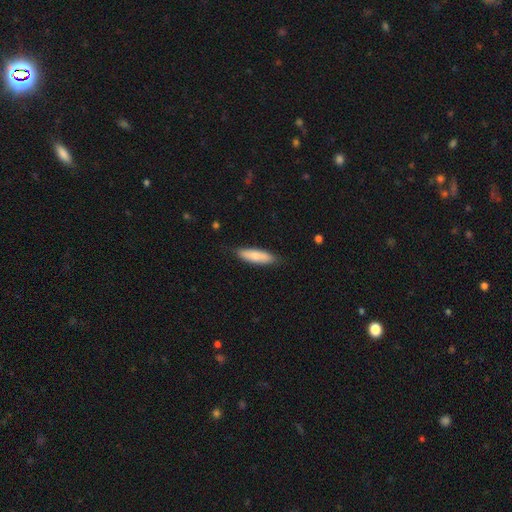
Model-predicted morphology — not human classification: smooth_or_featured: smooth (p=0.80) [alt: featured or disk p=0.15]
how_rounded: cigar-shaped (p=0.57) [alt: in between p=0.41]
merging: none (p=0.83) [alt: minor disturbance p=0.14]